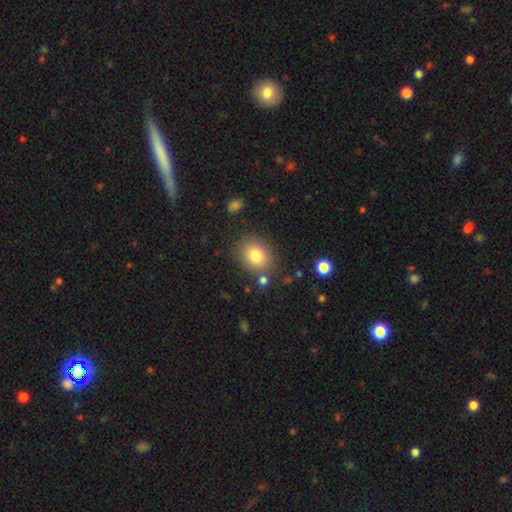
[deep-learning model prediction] smooth 81%, star or artifact 10%, featured or disk 9%. Down the decision tree: how rounded — round (54%); merging — none (79%).